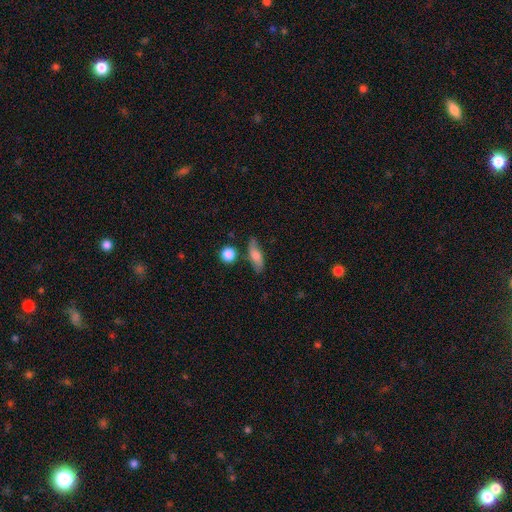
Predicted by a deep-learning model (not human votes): This is likely a smooth galaxy (64%). How rounded: possibly in between (59%). Merging: likely none (68%).